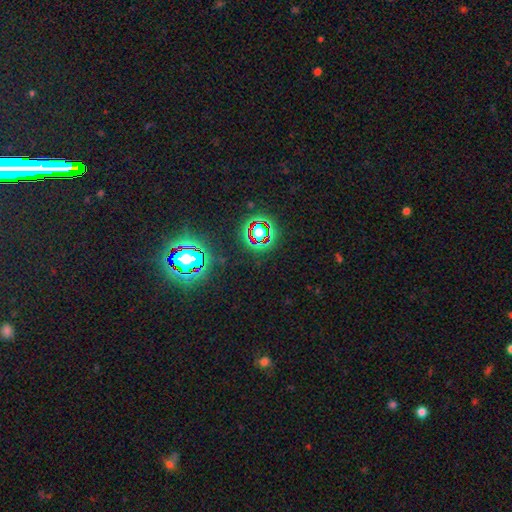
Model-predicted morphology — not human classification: smooth-or-featured: star or artifact: 75% | smooth: 15% | featured or disk: 10%